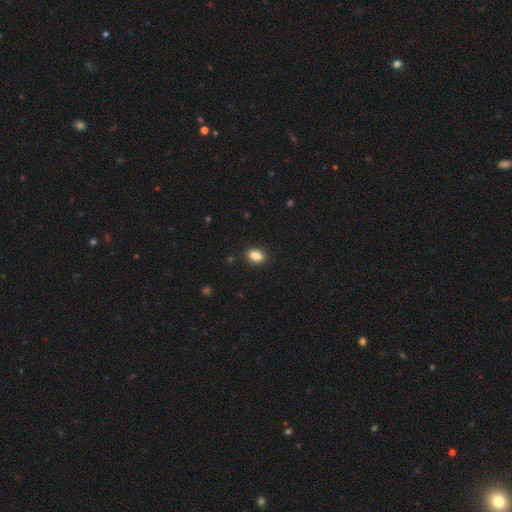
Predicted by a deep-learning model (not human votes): Smooth or featured: smooth — 87% (star or artifact — 9%)
How rounded: in between — 81% (round — 18%)
Merging: none — 89% (minor disturbance — 8%)